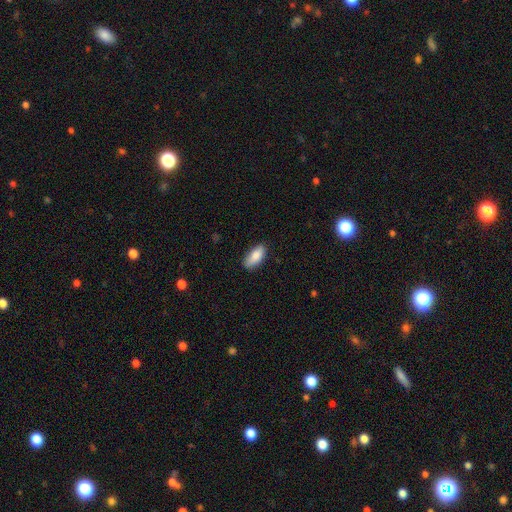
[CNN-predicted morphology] Smooth or featured: smooth — 86% (featured or disk — 7%)
How rounded: in between — 85% (cigar-shaped — 13%)
Merging: none — 81% (minor disturbance — 15%)